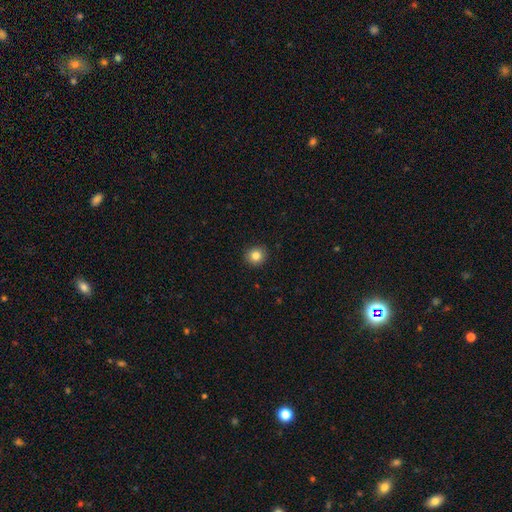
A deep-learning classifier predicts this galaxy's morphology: Smooth or featured? Predicted: smooth (p=0.84). How rounded? Predicted: round (p=0.90). Merging? Predicted: none (p=0.92).